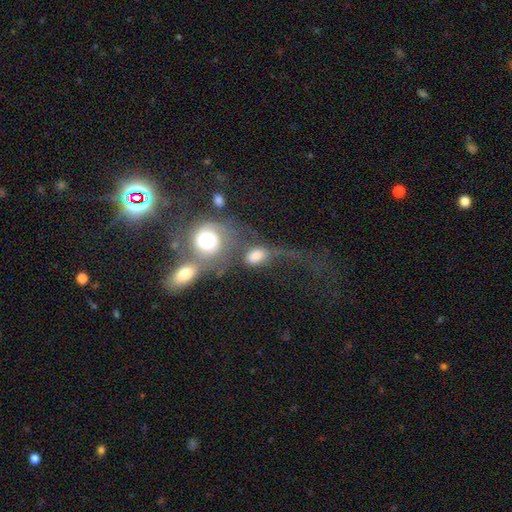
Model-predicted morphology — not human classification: This appears to be a smooth galaxy with no disk features (54%) that is in between round and cigar-shaped (65%). Merging: merger (54%).